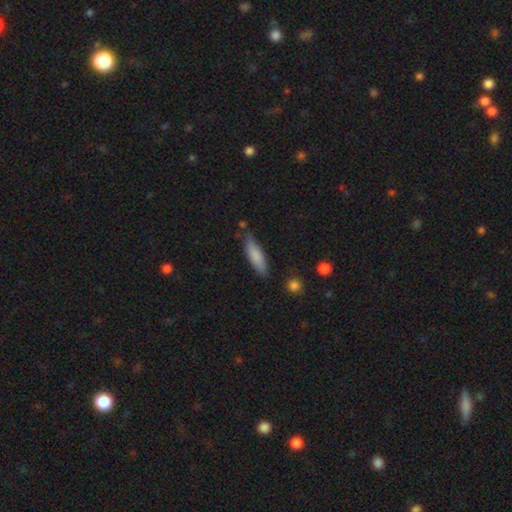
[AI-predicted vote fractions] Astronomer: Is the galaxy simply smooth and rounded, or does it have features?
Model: smooth — 83%.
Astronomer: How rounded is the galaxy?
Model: cigar-shaped — 56% (runner-up: in between, 43%).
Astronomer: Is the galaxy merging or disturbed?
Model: none — 77%.